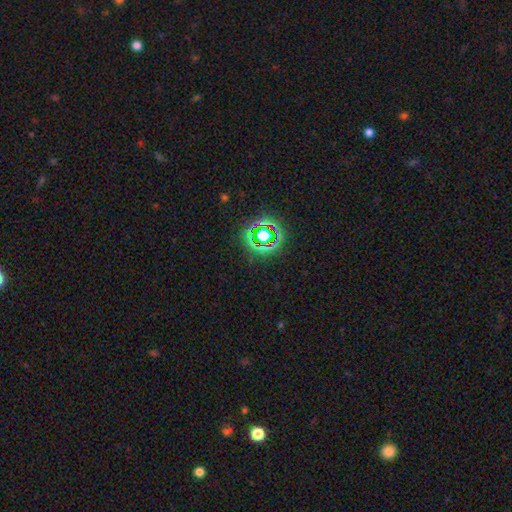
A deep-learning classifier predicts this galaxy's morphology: Smooth or featured? Predicted: star or artifact (p=0.59).